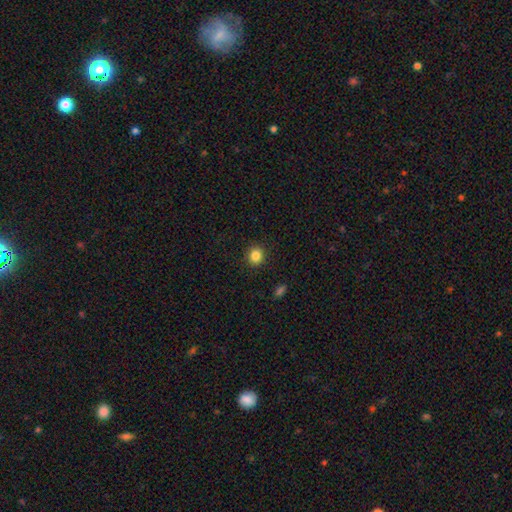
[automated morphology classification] Smooth or featured?
  - smooth: 85% *
  - star or artifact: 11%
  - featured or disk: 4%
How rounded?
  - round: 85% *
  - in between: 14%
  - cigar-shaped: 1%
Merging?
  - none: 91% *
  - minor disturbance: 6%
  - major disturbance: 2%
  - merger: 1%